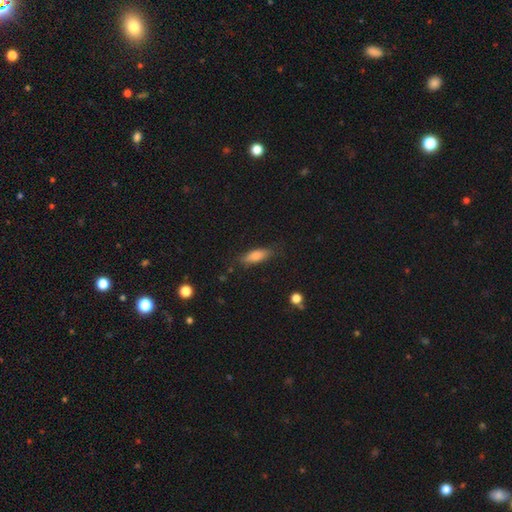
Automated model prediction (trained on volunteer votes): Smooth or featured? Predicted: smooth (p=0.76). How rounded? Predicted: in between (p=0.56). Merging? Predicted: none (p=0.79).